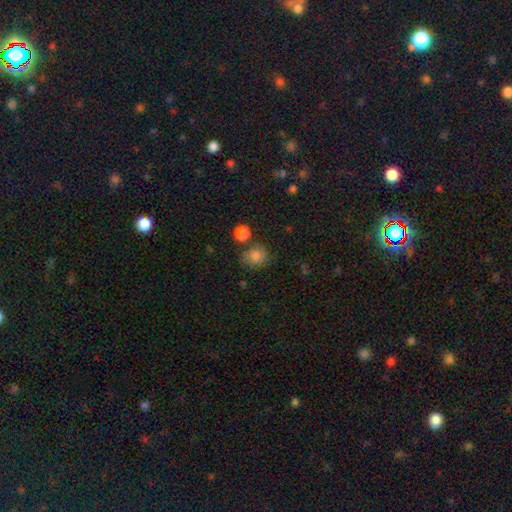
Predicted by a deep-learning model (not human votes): smooth 83%, star or artifact 10%, featured or disk 7%. Down the decision tree: how rounded — round (65%); merging — none (67%).